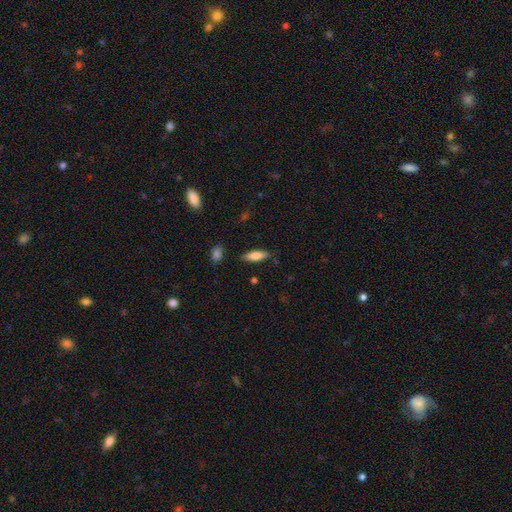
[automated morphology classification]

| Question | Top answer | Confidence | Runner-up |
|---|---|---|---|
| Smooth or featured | smooth | 76% | featured or disk (17%) |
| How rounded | in between | 52% | cigar-shaped (46%) |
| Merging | none | 82% | minor disturbance (13%) |